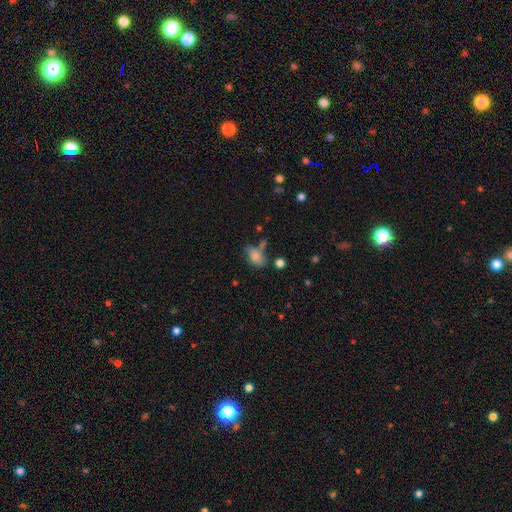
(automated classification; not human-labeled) smooth-or-featured: smooth: 77% | featured or disk: 12% | star or artifact: 10%
  how-rounded: in between: 85% | round: 12% | cigar-shaped: 3%
  merging: none: 45% | minor disturbance: 26% | merger: 15% | major disturbance: 13%